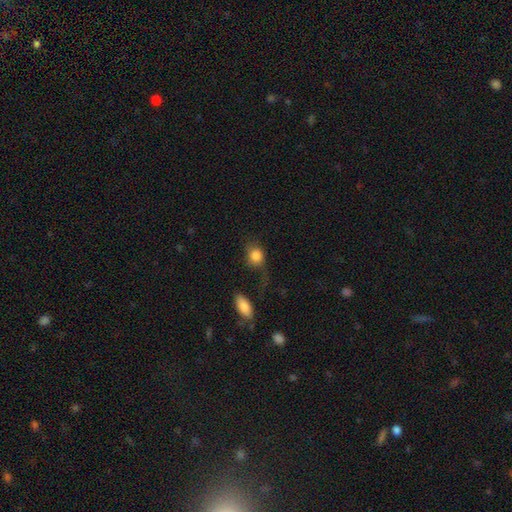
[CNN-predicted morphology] Smooth or featured?
  - smooth: 84% *
  - star or artifact: 8%
  - featured or disk: 8%
How rounded?
  - round: 64% *
  - in between: 34%
  - cigar-shaped: 2%
Merging?
  - none: 51% *
  - minor disturbance: 21%
  - major disturbance: 18%
  - merger: 10%